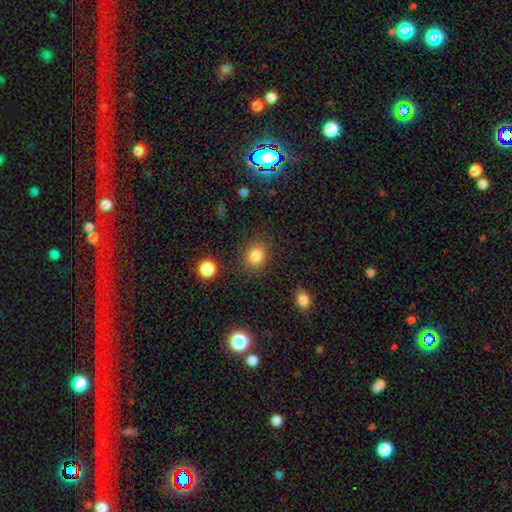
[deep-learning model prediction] This is clearly a smooth galaxy (84%). How rounded: likely round (68%). Merging: clearly none (83%).